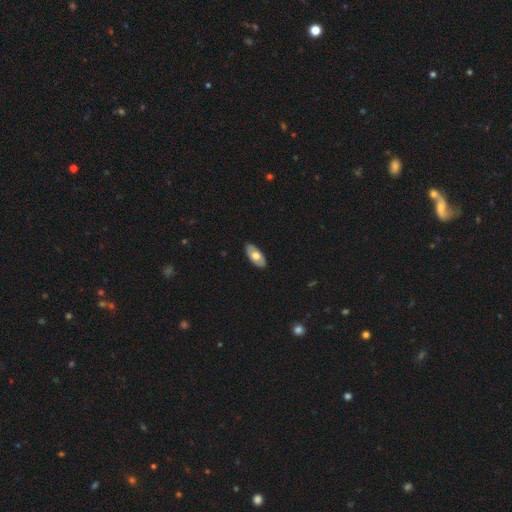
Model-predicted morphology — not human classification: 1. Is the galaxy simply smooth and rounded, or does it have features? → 60% smooth, 35% featured or disk, 5% star or artifact.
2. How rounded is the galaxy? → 92% in between, 5% cigar-shaped, 3% round.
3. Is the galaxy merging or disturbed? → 88% none, 9% minor disturbance, 2% major disturbance, 1% merger.